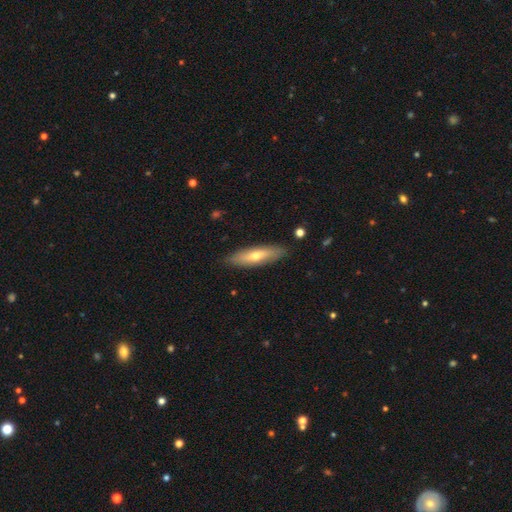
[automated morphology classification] smooth 57%, featured or disk 37%, star or artifact 6%. Down the decision tree: how rounded — cigar-shaped (66%); merging — none (87%).